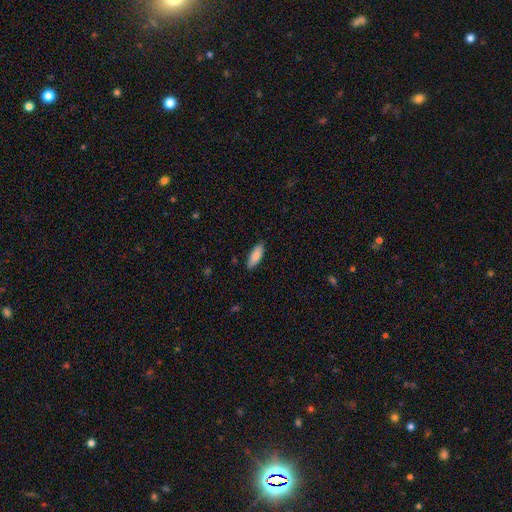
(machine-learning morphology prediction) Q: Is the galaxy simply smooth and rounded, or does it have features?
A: smooth — 86%.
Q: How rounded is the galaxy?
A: in between — 67%.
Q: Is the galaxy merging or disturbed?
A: none — 86%.